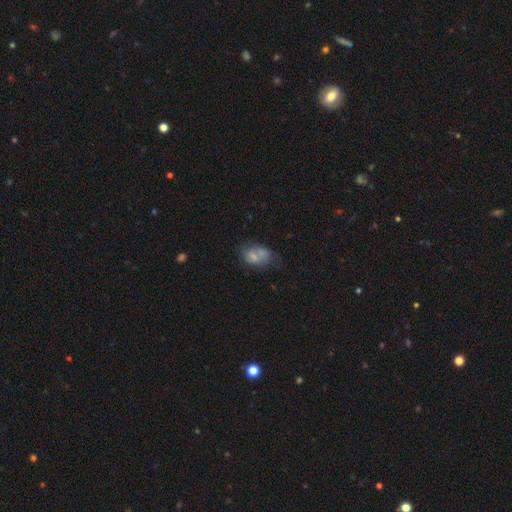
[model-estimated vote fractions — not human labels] Smooth or featured?
  - smooth: 60% *
  - featured or disk: 29%
  - star or artifact: 12%
How rounded?
  - in between: 79% *
  - round: 19%
  - cigar-shaped: 2%
Merging?
  - none: 34% *
  - merger: 25%
  - minor disturbance: 25%
  - major disturbance: 16%